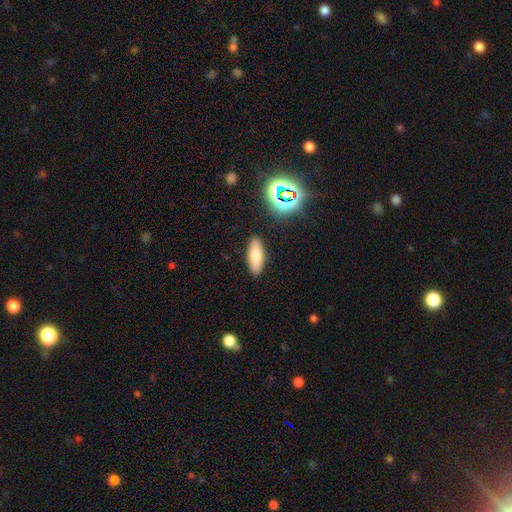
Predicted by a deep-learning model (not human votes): This is likely a smooth galaxy (75%). How rounded: likely in between (70%). Merging: clearly none (89%).